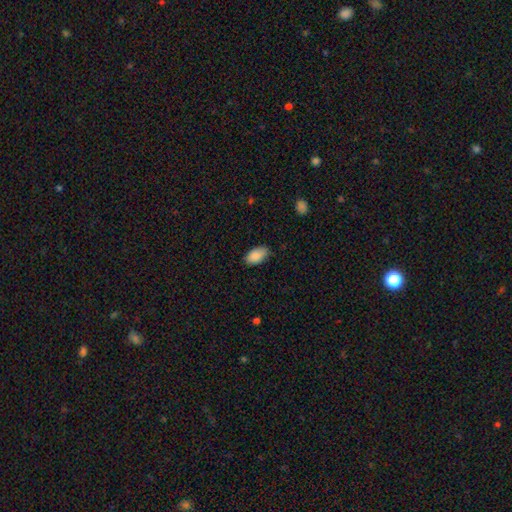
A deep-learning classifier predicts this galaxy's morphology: smooth-or-featured: smooth: 87% | star or artifact: 7% | featured or disk: 6%
  how-rounded: in between: 94% | round: 4% | cigar-shaped: 2%
  merging: none: 81% | minor disturbance: 15% | major disturbance: 3% | merger: 1%